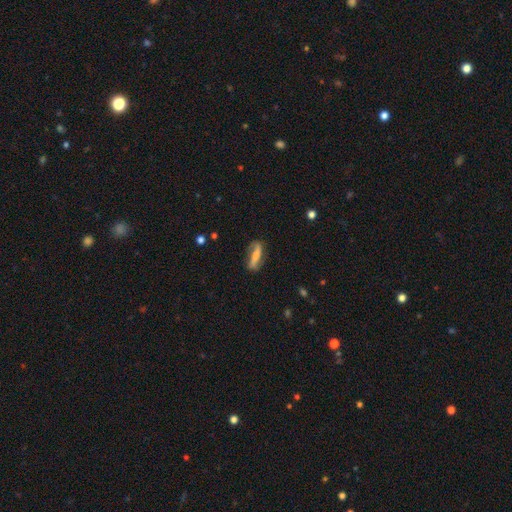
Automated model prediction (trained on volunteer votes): featured or disk 51%, smooth 41%, star or artifact 7%. Down the decision tree: edge-on disk — no (72%); merging — none (66%).